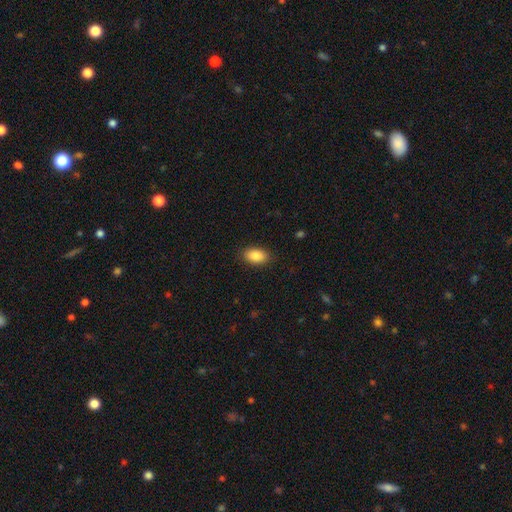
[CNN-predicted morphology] This appears to be a smooth galaxy with no disk features (88%) that is in between round and cigar-shaped (92%). Merging: none (88%).